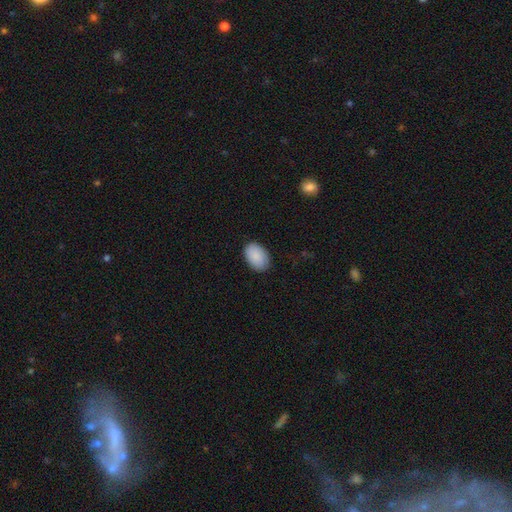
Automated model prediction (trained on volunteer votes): This is clearly a smooth galaxy (90%). How rounded: clearly in between (89%). Merging: clearly none (85%).